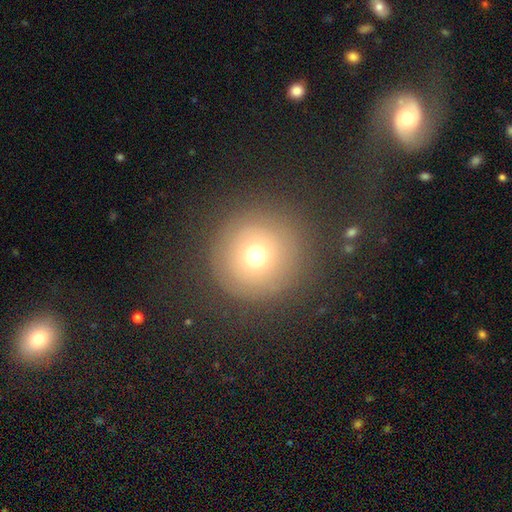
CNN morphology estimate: smooth_or_featured: smooth (p=0.67) [alt: featured or disk p=0.17]
how_rounded: round (p=0.96) [alt: in between p=0.03]
merging: none (p=0.84) [alt: minor disturbance p=0.09]